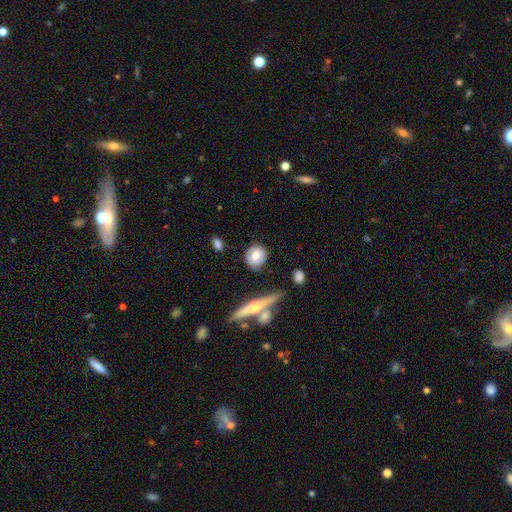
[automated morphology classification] This is likely a smooth galaxy (67%). How rounded: clearly round (84%). Merging: clearly none (81%).